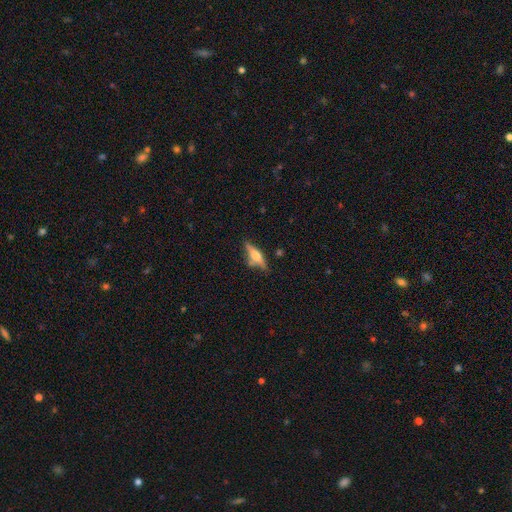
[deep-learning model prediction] smooth-or-featured: featured or disk: 57% | smooth: 36% | star or artifact: 7%
  disk-edge-on: yes: 94% | no: 6%
    edge-on-bulge: rounded: 92% | boxy: 5% | none: 3%
  merging: none: 74% | minor disturbance: 15% | merger: 8% | major disturbance: 4%